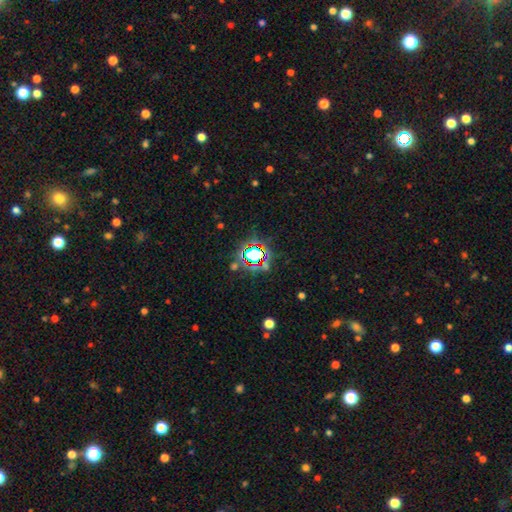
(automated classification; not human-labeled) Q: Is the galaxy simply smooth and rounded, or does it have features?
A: star or artifact — 66%.